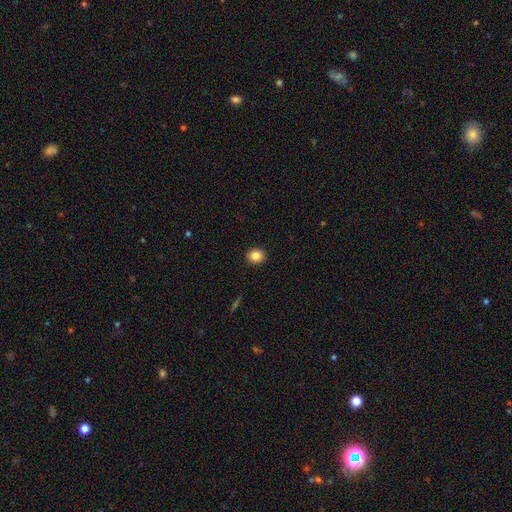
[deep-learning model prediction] Smooth or featured? Predicted: smooth (p=0.86). How rounded? Predicted: round (p=0.78). Merging? Predicted: none (p=0.92).